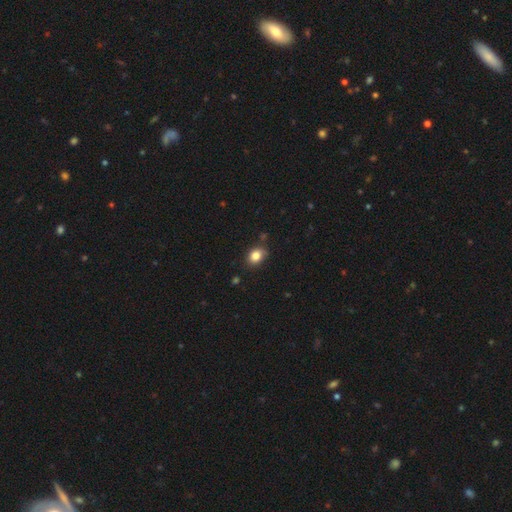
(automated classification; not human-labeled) Smooth or featured? Predicted: smooth (p=0.85). How rounded? Predicted: in between (p=0.65). Merging? Predicted: none (p=0.81).